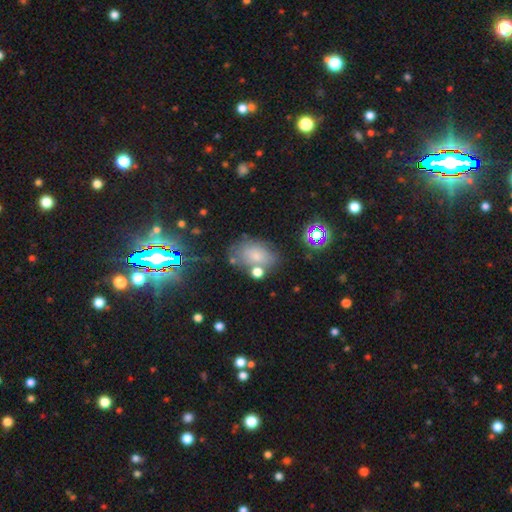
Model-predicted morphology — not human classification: A smooth galaxy with no disk features (64%) that is in between round and cigar-shaped (81%). Merging: none (58%).